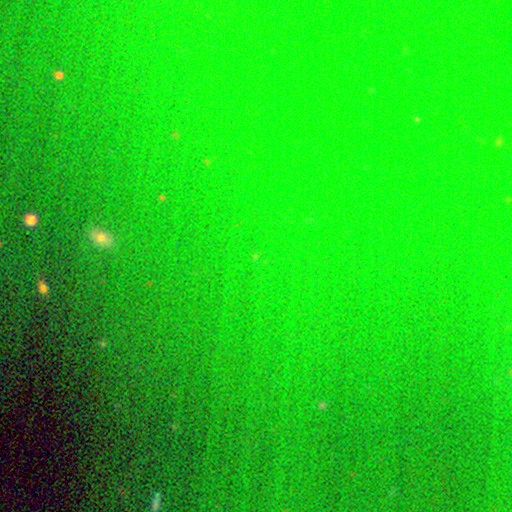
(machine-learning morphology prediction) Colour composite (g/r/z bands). It shows a star or artifact, not a galaxy (77%).